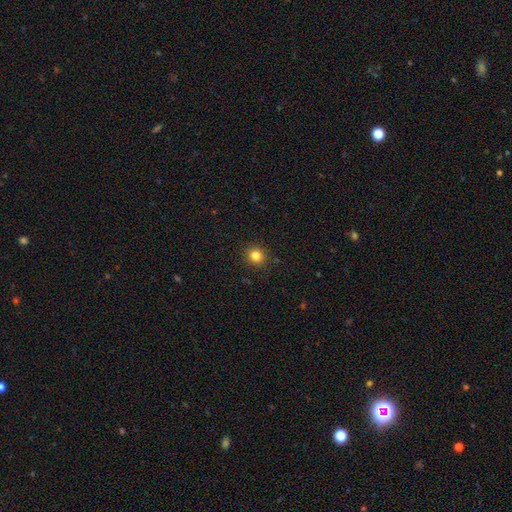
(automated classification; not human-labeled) Overall: smooth (83%). How rounded: round (90%). Merging: none (91%).